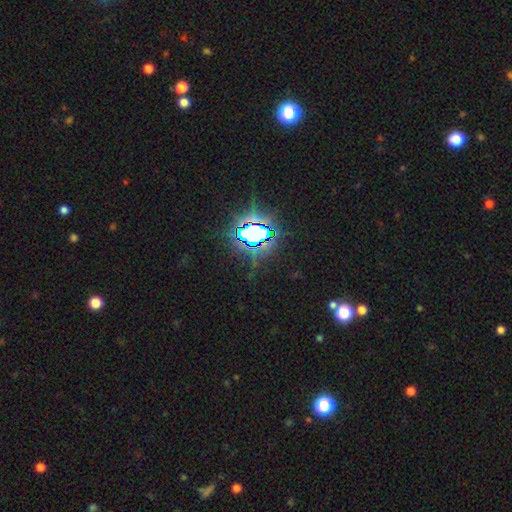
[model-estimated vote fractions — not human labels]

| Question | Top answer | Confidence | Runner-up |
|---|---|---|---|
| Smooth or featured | star or artifact | 79% | smooth (12%) |